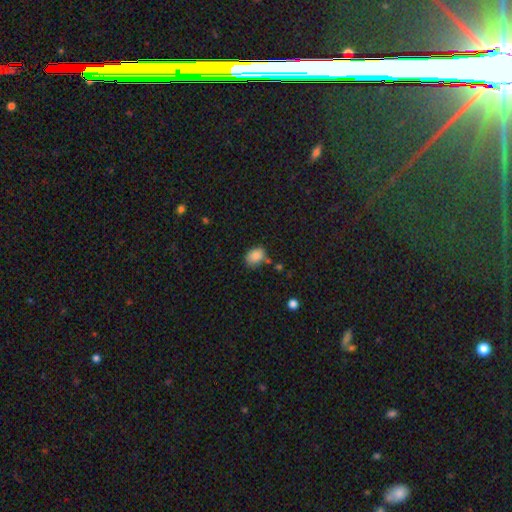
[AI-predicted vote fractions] A smooth galaxy with no disk features (85%) that is in between round and cigar-shaped (69%).

Vote fractions:
- Smooth or featured? smooth: 85% / star or artifact: 9% / featured or disk: 6%
- How rounded? in between: 69% / round: 30% / cigar-shaped: 1%
- Merging? none: 63% / minor disturbance: 22% / merger: 10% / major disturbance: 5%